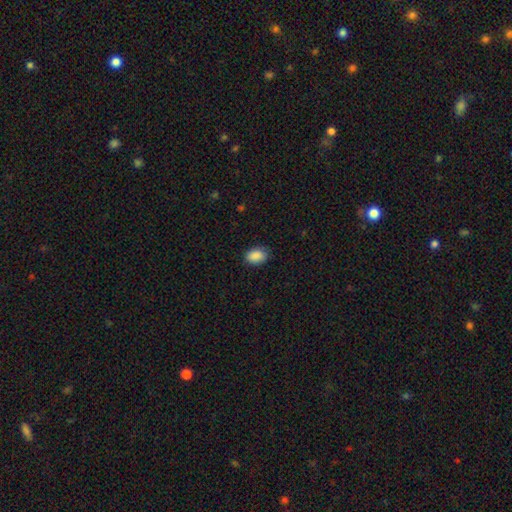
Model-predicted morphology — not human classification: The model was most divided on "how rounded": in between: 82%, round: 17%, cigar-shaped: 1%. More confident: smooth or featured — smooth (89%); merging — none (83%).